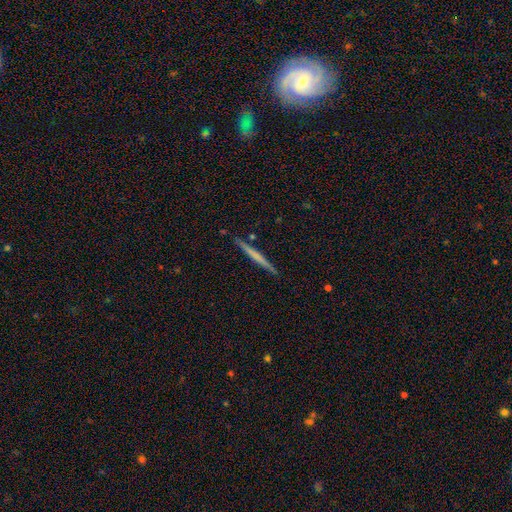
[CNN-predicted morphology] Smooth or featured? smooth (48%)
Merging? none (91%)